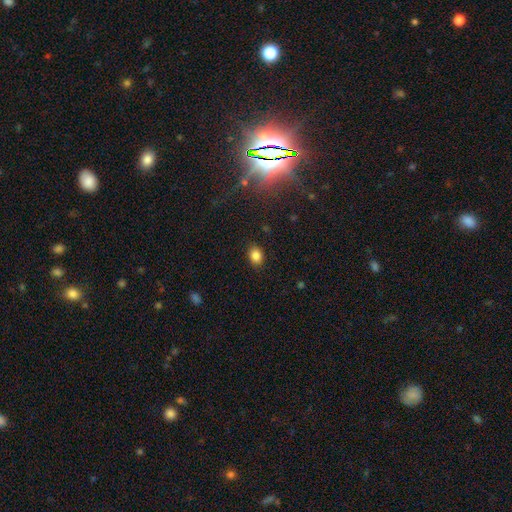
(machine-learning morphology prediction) Smooth or featured: smooth — 85% (star or artifact — 10%)
How rounded: in between — 59% (round — 40%)
Merging: none — 87% (minor disturbance — 9%)